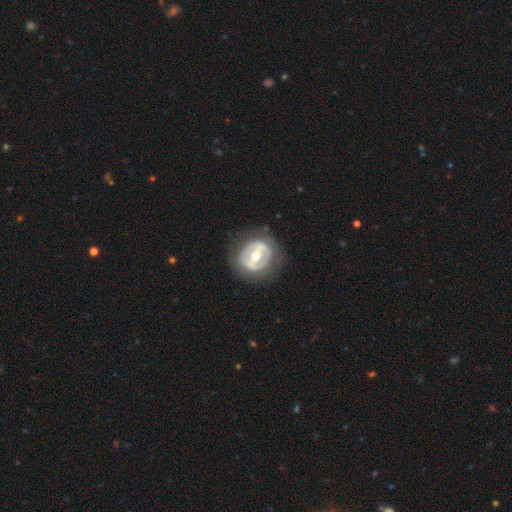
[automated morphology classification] smooth-or-featured: featured or disk: 70% | smooth: 25% | star or artifact: 5%
  disk-edge-on: no: 94% | yes: 6%
    bar: strong: 58% | weak: 28% | no: 14%
    has-spiral-arms: no: 76% | yes: 24%
    bulge-size: moderate: 73% | small: 19% | large: 6% | none: 1% | dominant: 1%
  merging: none: 77% | minor disturbance: 14% | major disturbance: 8% | merger: 1%